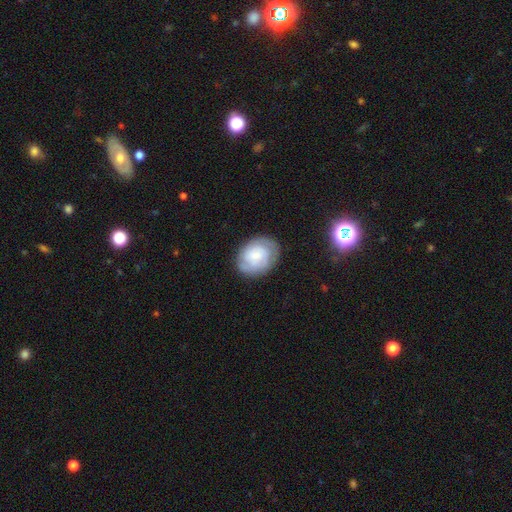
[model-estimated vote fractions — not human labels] Smooth or featured? smooth (51%)
How rounded? in between (57%)
Merging? none (72%)